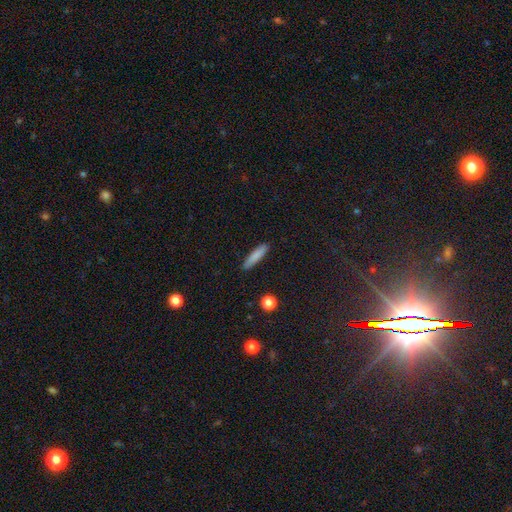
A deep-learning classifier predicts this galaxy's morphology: type=smooth (82%); roundness=cigar-shaped (84%); merging=none (89%).